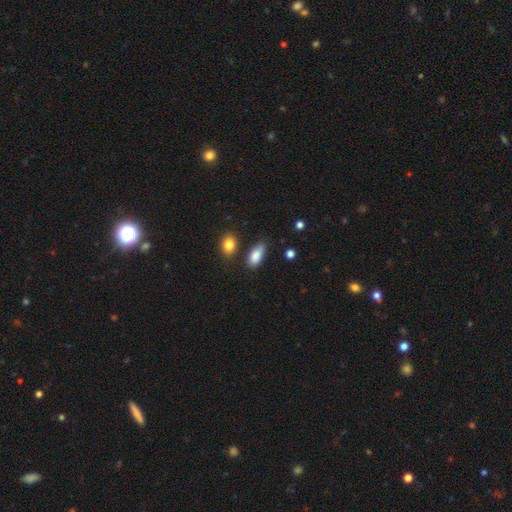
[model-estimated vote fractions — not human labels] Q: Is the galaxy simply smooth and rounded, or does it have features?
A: smooth — 87%.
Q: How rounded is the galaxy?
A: in between — 87%.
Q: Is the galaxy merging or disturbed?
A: none — 68%.